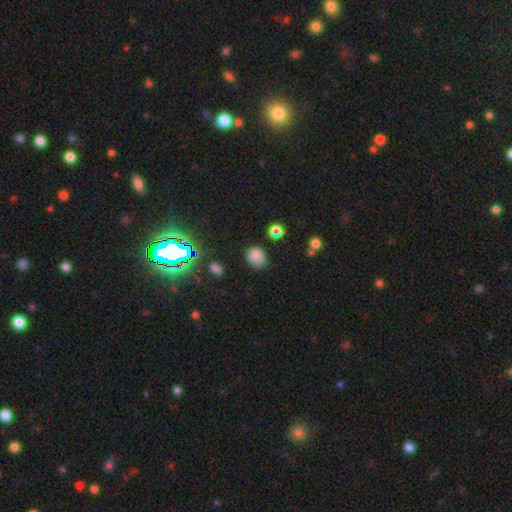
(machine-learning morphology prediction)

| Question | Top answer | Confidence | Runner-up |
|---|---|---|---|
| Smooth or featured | smooth | 76% | star or artifact (17%) |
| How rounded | round | 61% | in between (38%) |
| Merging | none | 70% | minor disturbance (22%) |